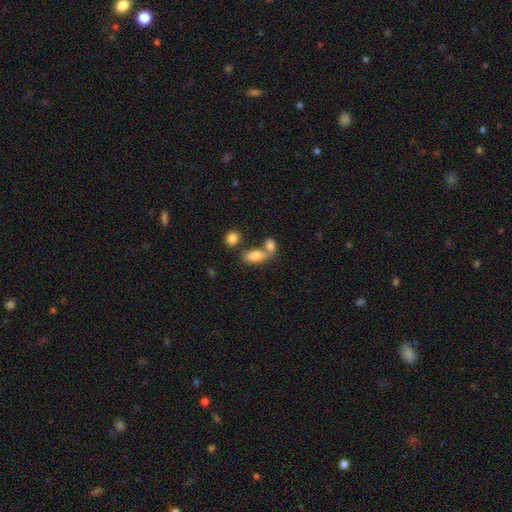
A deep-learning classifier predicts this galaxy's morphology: Smooth or featured? smooth (82%)
How rounded? in between (86%)
Merging? none (43%)